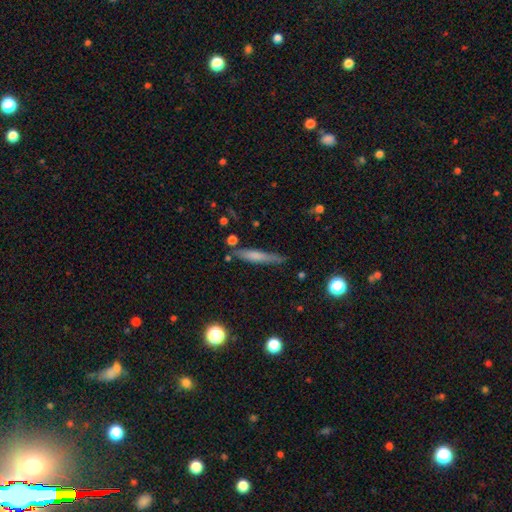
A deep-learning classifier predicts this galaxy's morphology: A smooth galaxy with no disk features (59%) that is cigar-shaped (90%). Merging: none (74%).